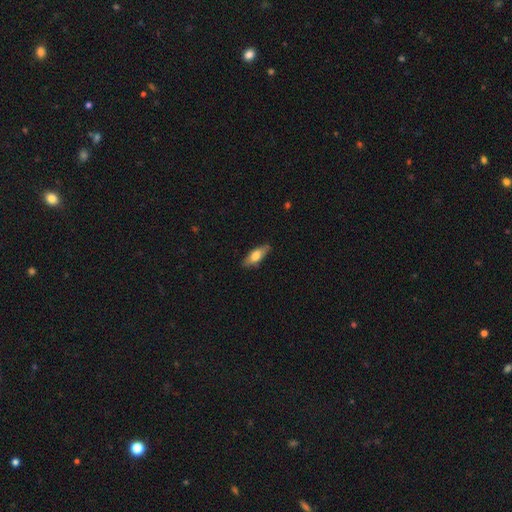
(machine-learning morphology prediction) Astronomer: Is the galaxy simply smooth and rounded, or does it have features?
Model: smooth — 70%.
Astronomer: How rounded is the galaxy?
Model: in between — 67%.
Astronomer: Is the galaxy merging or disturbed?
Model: none — 83%.